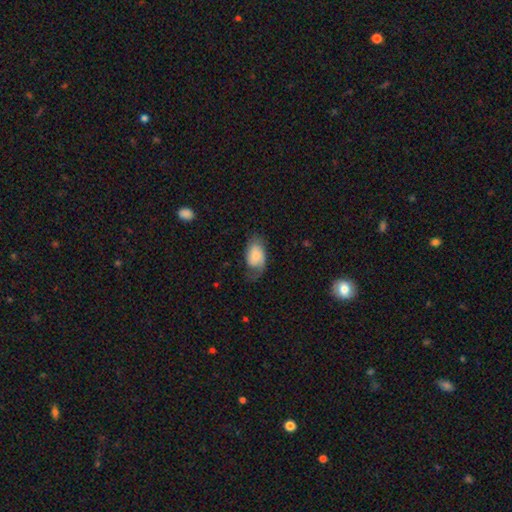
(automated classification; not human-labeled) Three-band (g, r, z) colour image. It shows a smooth galaxy with no disk features (60%) that is in between round and cigar-shaped (91%). Merging: none (46%).